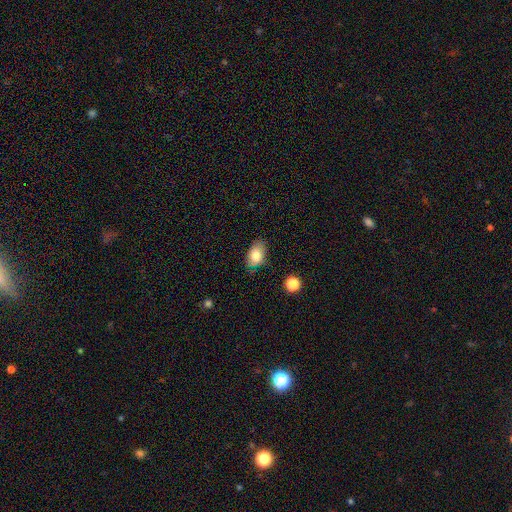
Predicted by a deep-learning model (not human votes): This appears to be a smooth galaxy with no disk features (81%) that is in between round and cigar-shaped (87%). Merging: none (71%).